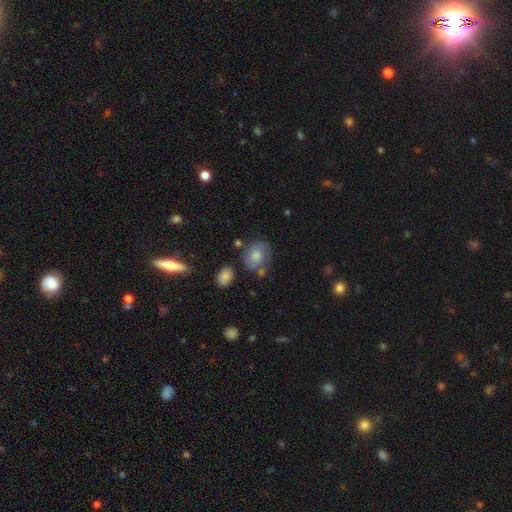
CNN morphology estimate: The model was most divided on "how rounded": round: 58%, in between: 41%, cigar-shaped: 1%. More confident: smooth or featured — smooth (76%); merging — none (61%).